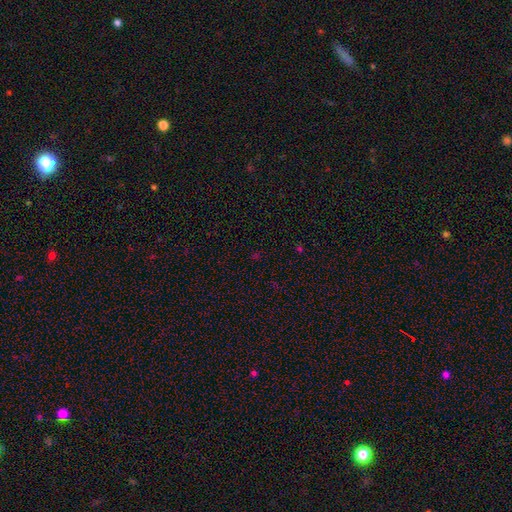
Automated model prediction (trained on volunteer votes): Smooth or featured? star or artifact (63%)